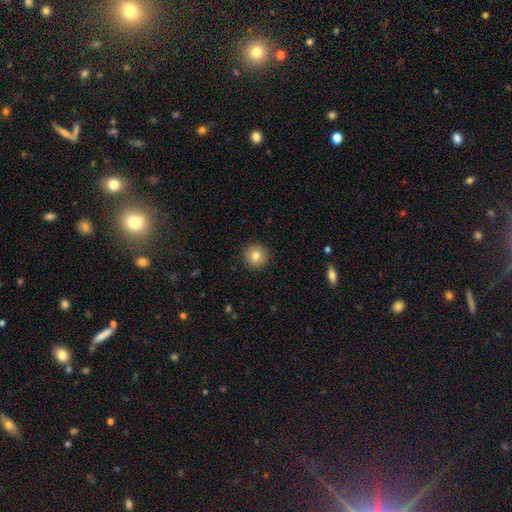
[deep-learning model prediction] A smooth galaxy with no disk features (81%) that is round (95%).

Vote fractions:
- Smooth or featured? smooth: 81% / featured or disk: 10% / star or artifact: 10%
- How rounded? round: 95% / in between: 4% / cigar-shaped: 1%
- Merging? none: 92% / minor disturbance: 5% / major disturbance: 2% / merger: 1%